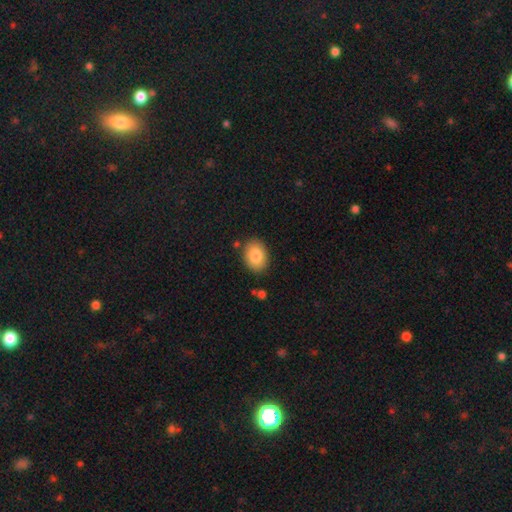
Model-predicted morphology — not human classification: smooth 83%, featured or disk 9%, star or artifact 8%. Down the decision tree: how rounded — in between (72%); merging — none (85%).